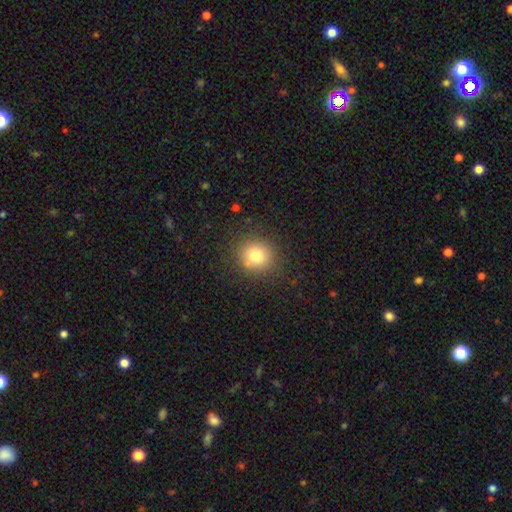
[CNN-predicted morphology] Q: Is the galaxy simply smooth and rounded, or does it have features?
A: smooth — 77%.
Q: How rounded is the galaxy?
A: round — 89%.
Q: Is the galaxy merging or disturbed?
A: none — 84%.